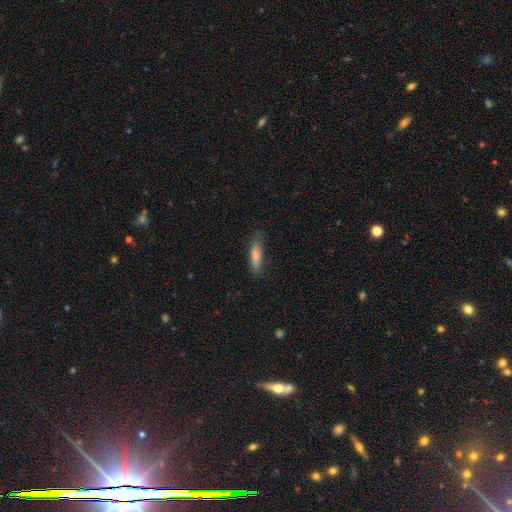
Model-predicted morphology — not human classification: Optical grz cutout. It shows a smooth galaxy with no disk features (81%) that is cigar-shaped (75%). Merging: none (76%).